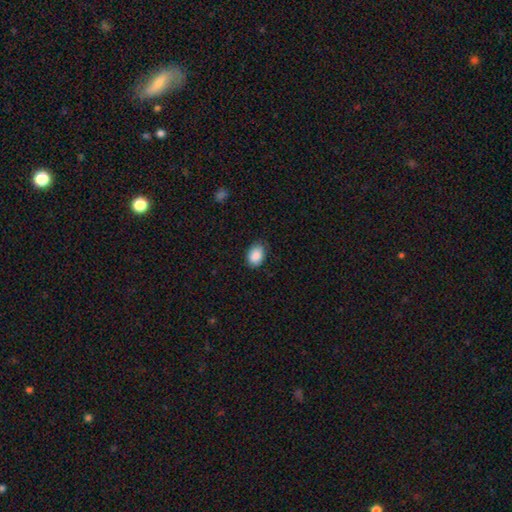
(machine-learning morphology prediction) Smooth or featured: smooth — 88% (star or artifact — 7%)
How rounded: in between — 81% (round — 18%)
Merging: none — 77% (minor disturbance — 19%)